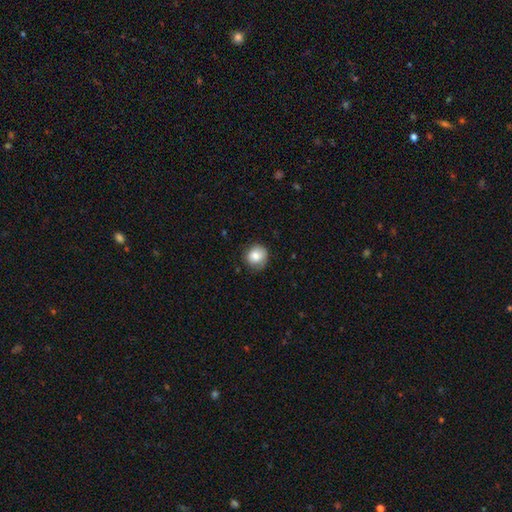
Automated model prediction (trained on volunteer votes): Q: Smooth or featured?
A: smooth (81%); runner-up: featured or disk (10%)
Q: How rounded?
A: round (84%); runner-up: in between (15%)
Q: Merging?
A: none (73%); runner-up: minor disturbance (21%)